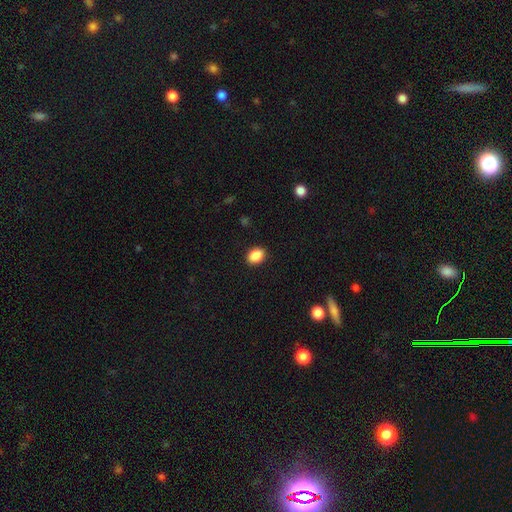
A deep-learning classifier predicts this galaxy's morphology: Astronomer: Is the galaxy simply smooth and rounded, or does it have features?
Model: smooth — 89%.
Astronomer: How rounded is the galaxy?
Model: in between — 72%.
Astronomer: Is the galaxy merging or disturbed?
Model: none — 90%.